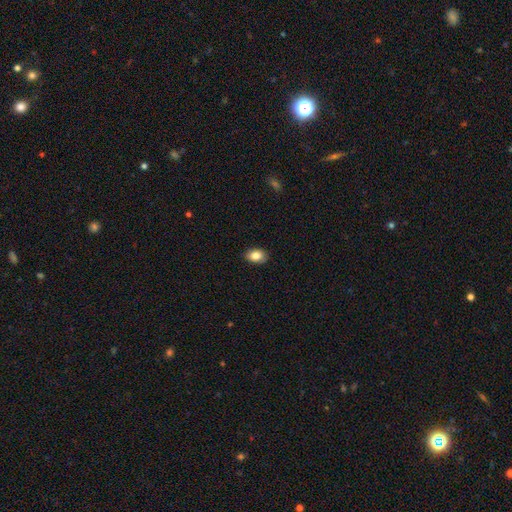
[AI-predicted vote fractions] Morphology: type=smooth (85%); roundness=in between (83%); merging=none (86%).